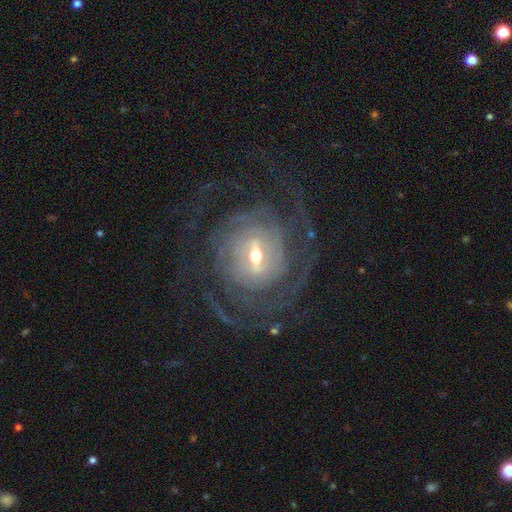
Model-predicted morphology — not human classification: smooth_or_featured: featured or disk (p=0.88) [alt: star or artifact p=0.06]
disk_edge_on: no (p=0.96) [alt: yes p=0.04]
bar: weak (p=0.46) [alt: strong p=0.35]
has_spiral_arms: yes (p=0.96) [alt: no p=0.04]
spiral_winding: tight (p=0.64) [alt: medium p=0.28]
spiral_arm_count: can't tell (p=0.28) [alt: 2 p=0.22]
bulge_size: small (p=0.48) [alt: moderate p=0.44]
merging: none (p=0.71) [alt: major disturbance p=0.15]